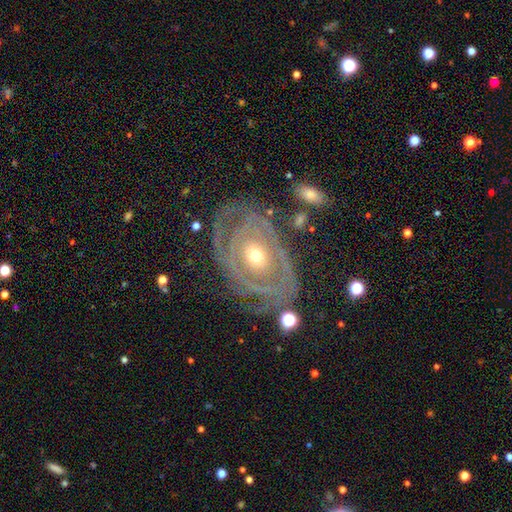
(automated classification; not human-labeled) The model was most divided on "bulge size": moderate: 49%, small: 46%, large: 4%, dominant: 1%, none: 1%. Remaining: edge-on disk — no (96%); smooth or featured — featured or disk (85%); spiral arms — yes (81%); bar — no (80%); spiral winding — tight (74%); merging — none (67%); spiral arm count — can't tell (39%).